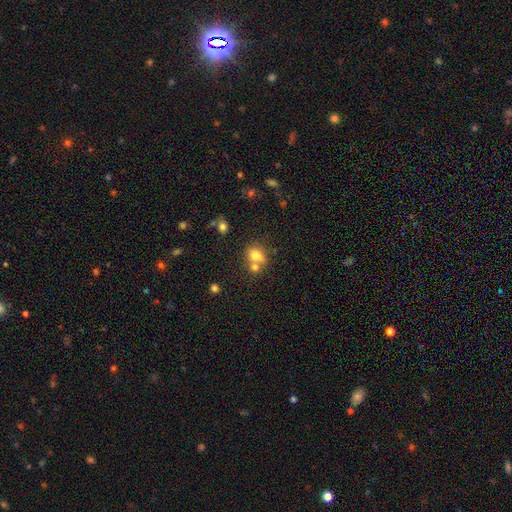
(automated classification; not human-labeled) smooth-or-featured: smooth: 74% | featured or disk: 13% | star or artifact: 12%
  how-rounded: in between: 61% | round: 36% | cigar-shaped: 3%
  merging: merger: 47% | none: 37% | minor disturbance: 11% | major disturbance: 5%